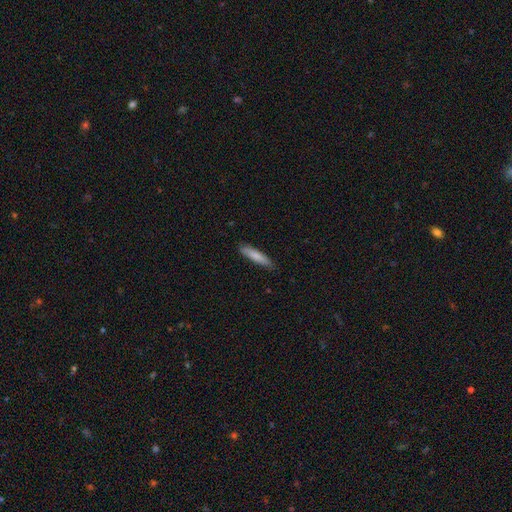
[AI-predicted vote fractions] The model was most divided on "smooth or featured": smooth: 81%, featured or disk: 14%, star or artifact: 6%. More confident: merging — none (85%); how rounded — cigar-shaped (84%).